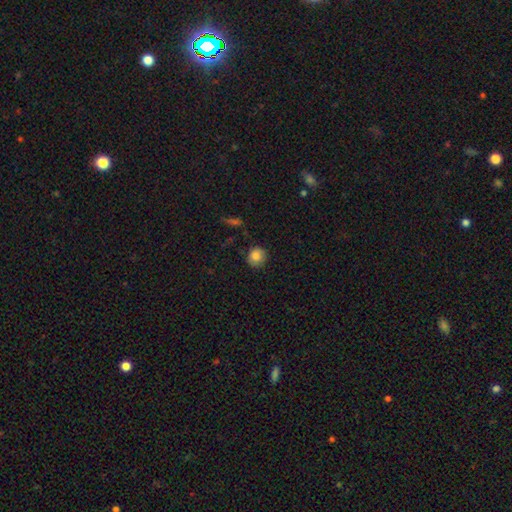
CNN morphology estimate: Smooth or featured? smooth (84%)
How rounded? round (87%)
Merging? none (84%)